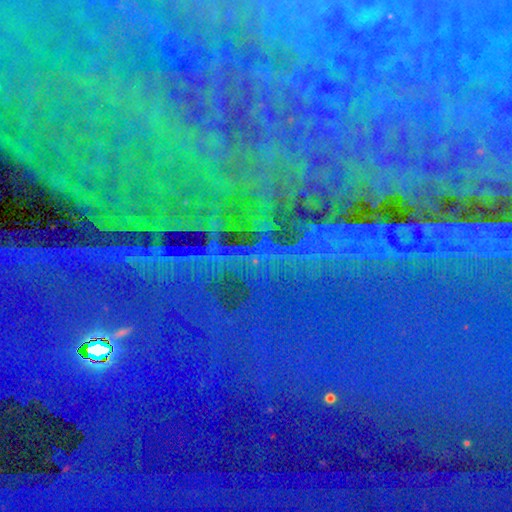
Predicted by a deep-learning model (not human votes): Morphology: type=star or artifact (86%).